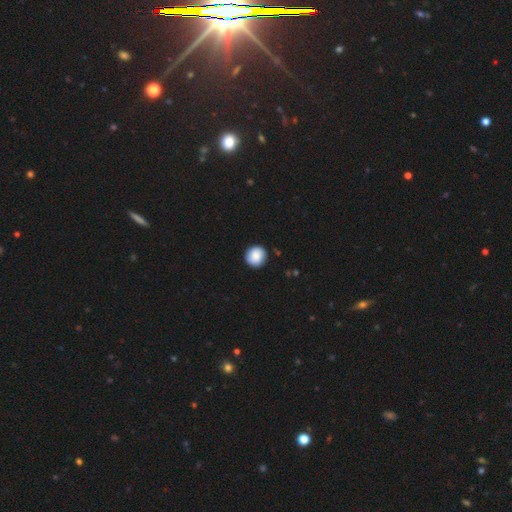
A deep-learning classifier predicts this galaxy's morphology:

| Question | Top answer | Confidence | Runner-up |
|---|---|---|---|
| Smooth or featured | smooth | 85% | featured or disk (8%) |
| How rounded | round | 93% | in between (6%) |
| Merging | none | 89% | minor disturbance (8%) |